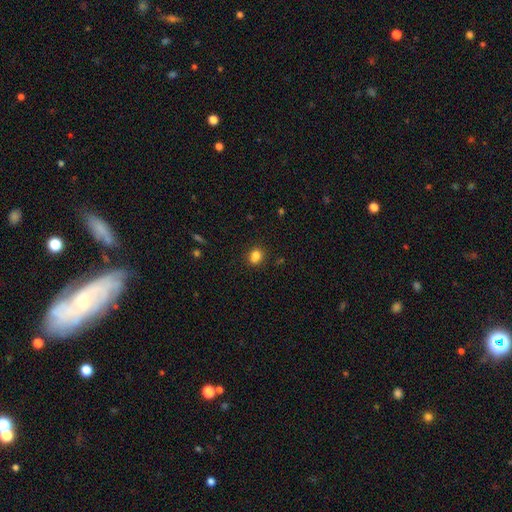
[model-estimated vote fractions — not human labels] smooth 80%, star or artifact 12%, featured or disk 8%. Down the decision tree: how rounded — round (66%); merging — none (63%).